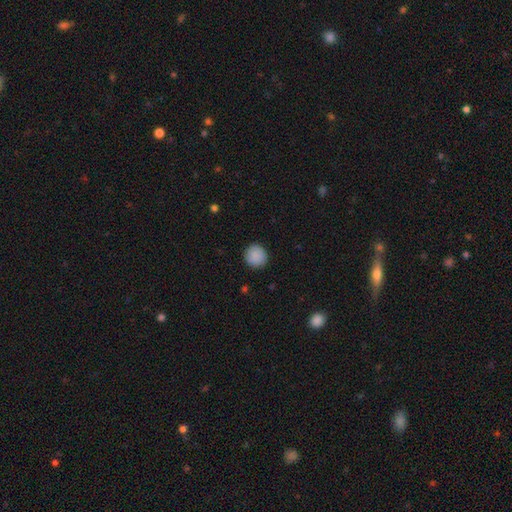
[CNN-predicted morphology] Q: Smooth or featured?
A: smooth (89%); runner-up: star or artifact (7%)
Q: How rounded?
A: round (93%); runner-up: in between (6%)
Q: Merging?
A: none (90%); runner-up: minor disturbance (7%)